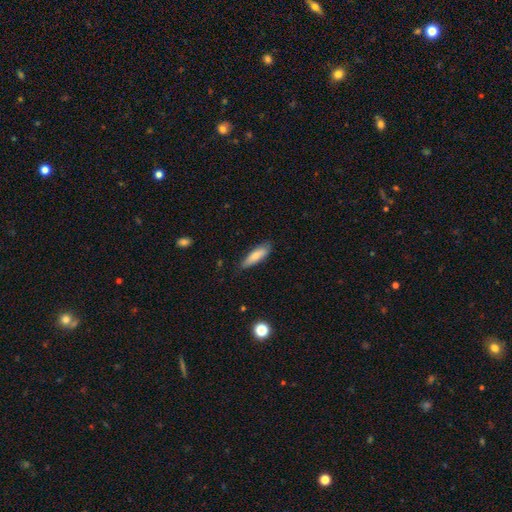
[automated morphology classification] smooth_or_featured: smooth (p=0.78) [alt: featured or disk p=0.16]
how_rounded: cigar-shaped (p=0.56) [alt: in between p=0.42]
merging: none (p=0.79) [alt: minor disturbance p=0.17]